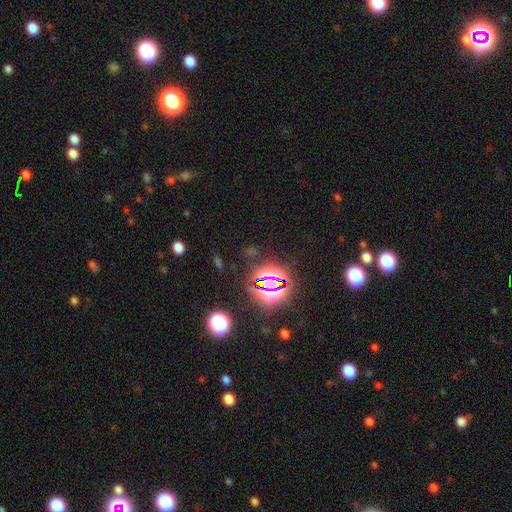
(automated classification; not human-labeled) Smooth or featured? Predicted: star or artifact (p=0.80).